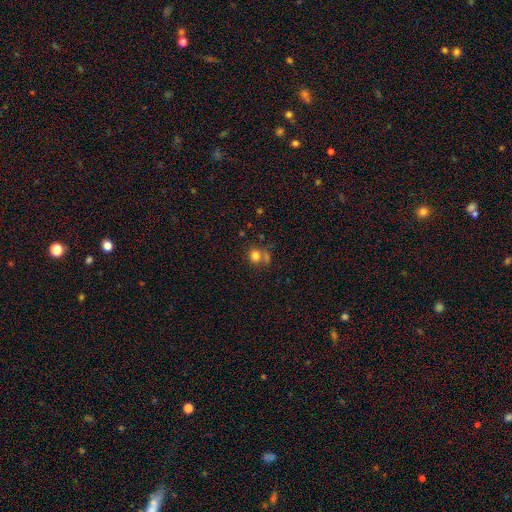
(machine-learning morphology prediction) A smooth galaxy with no disk features (78%) that is round (75%). Merging: none (56%).